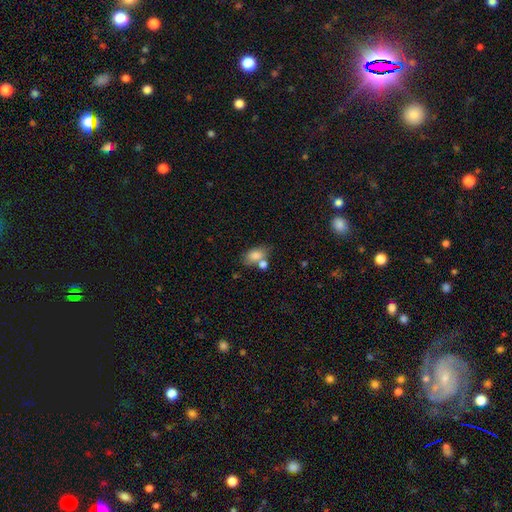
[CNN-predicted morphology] smooth_or_featured: smooth (p=0.79) [alt: featured or disk p=0.12]
how_rounded: in between (p=0.86) [alt: round p=0.12]
merging: none (p=0.47) [alt: merger p=0.30]